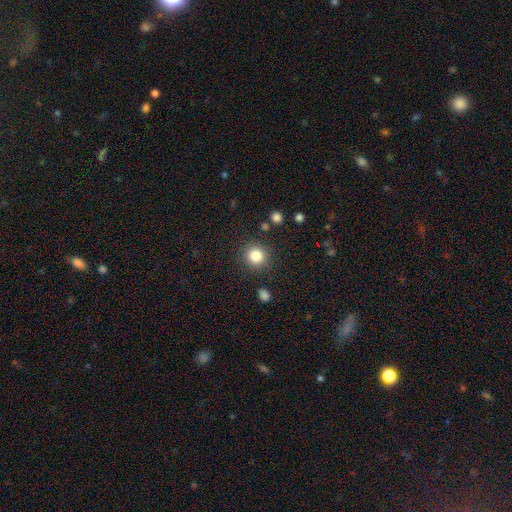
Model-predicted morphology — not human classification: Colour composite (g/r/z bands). It shows a smooth galaxy with no disk features (83%) that is round (92%). Merging: none (87%).